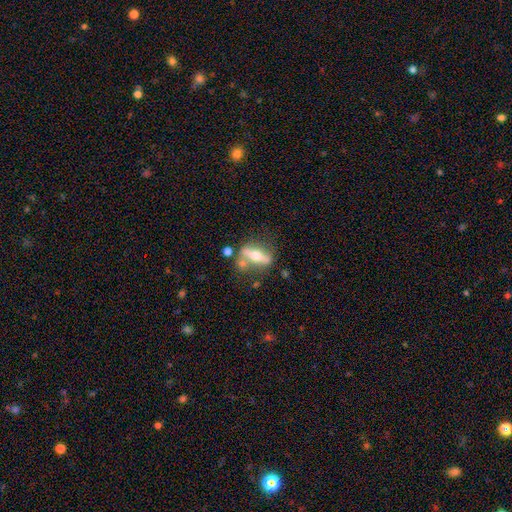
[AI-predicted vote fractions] Q: Smooth or featured?
A: featured or disk (64%); runner-up: smooth (29%)
Q: Edge-on disk?
A: yes (69%); runner-up: no (31%)
Q: Merging?
A: none (63%); runner-up: minor disturbance (16%)